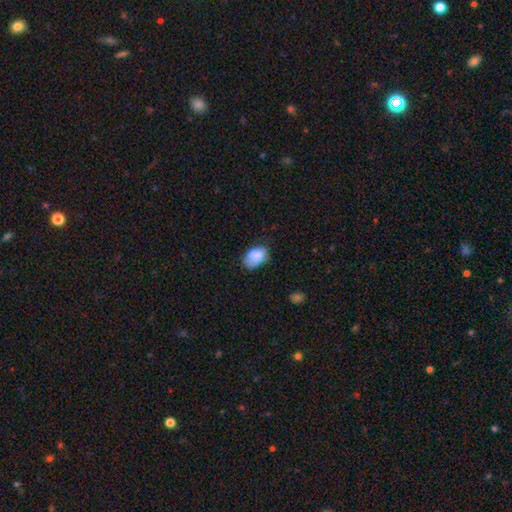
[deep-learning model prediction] This is clearly a smooth galaxy (83%). How rounded: clearly in between (87%). Merging: possibly none (58%).